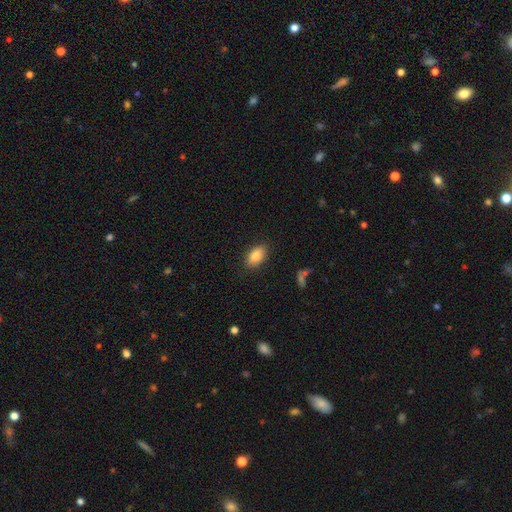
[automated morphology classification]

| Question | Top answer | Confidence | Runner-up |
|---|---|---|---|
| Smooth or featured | smooth | 83% | featured or disk (9%) |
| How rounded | in between | 91% | round (6%) |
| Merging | none | 87% | minor disturbance (9%) |